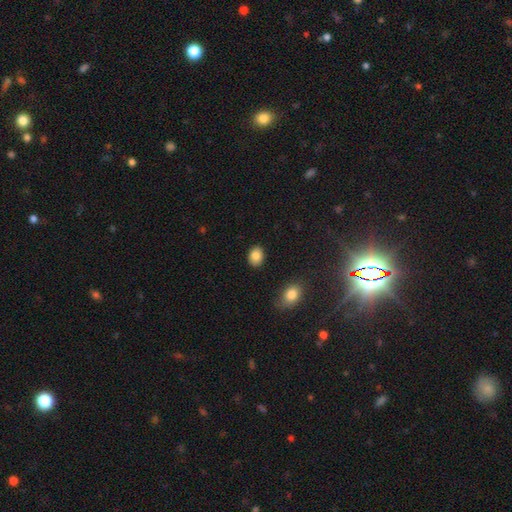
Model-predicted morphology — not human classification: Overall: smooth (86%). How rounded: in between (61%; round 38%). Merging: none (87%).